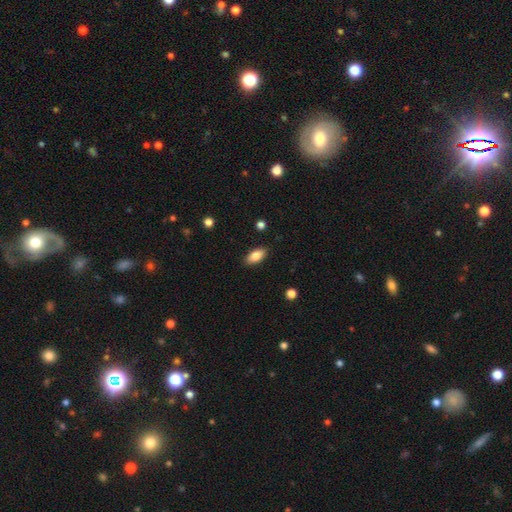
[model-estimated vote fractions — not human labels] smooth_or_featured: smooth (p=0.83) [alt: featured or disk p=0.10]
how_rounded: in between (p=0.89) [alt: cigar-shaped p=0.08]
merging: none (p=0.88) [alt: minor disturbance p=0.09]